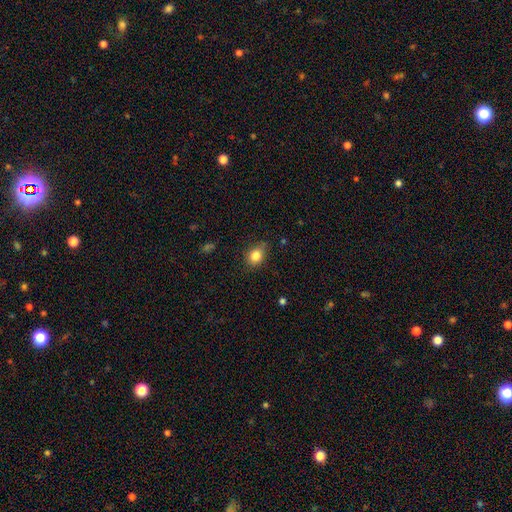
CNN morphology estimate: Overall: smooth (83%). How rounded: round (50%; in between 49%). Merging: none (75%).